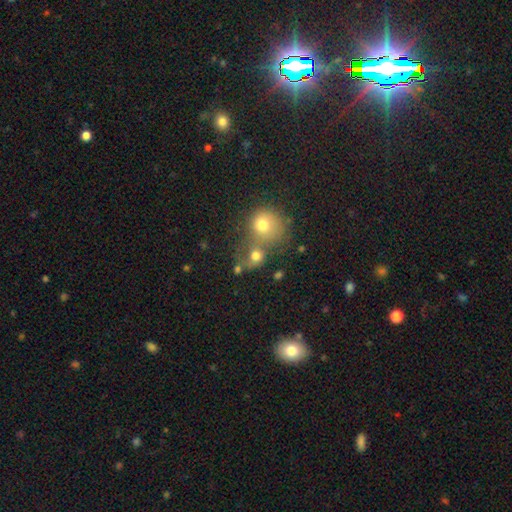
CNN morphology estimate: smooth_or_featured: smooth (p=0.73) [alt: featured or disk p=0.14]
how_rounded: round (p=0.72) [alt: in between p=0.27]
merging: merger (p=0.54) [alt: none p=0.30]